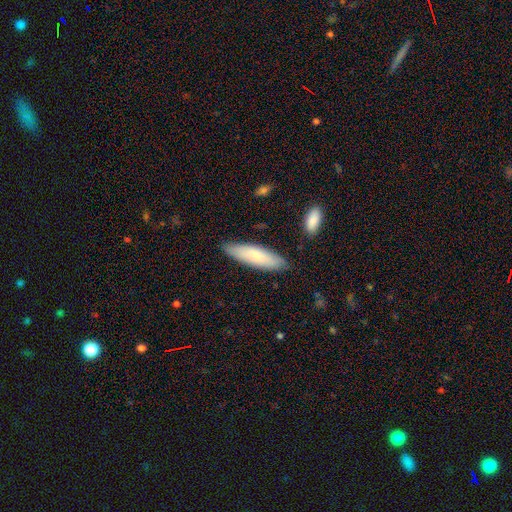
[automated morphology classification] Smooth or featured? Predicted: smooth (p=0.76). How rounded? Predicted: cigar-shaped (p=0.63). Merging? Predicted: none (p=0.83).